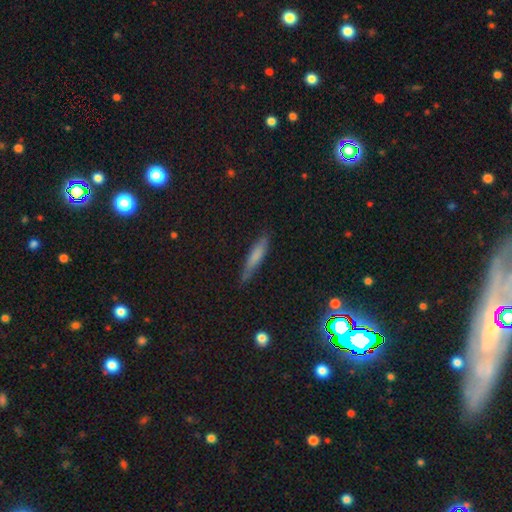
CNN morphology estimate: Smooth or featured?
  - smooth: 68% *
  - featured or disk: 23%
  - star or artifact: 8%
How rounded?
  - cigar-shaped: 86% *
  - in between: 12%
  - round: 2%
Merging?
  - none: 79% *
  - minor disturbance: 17%
  - major disturbance: 3%
  - merger: 2%